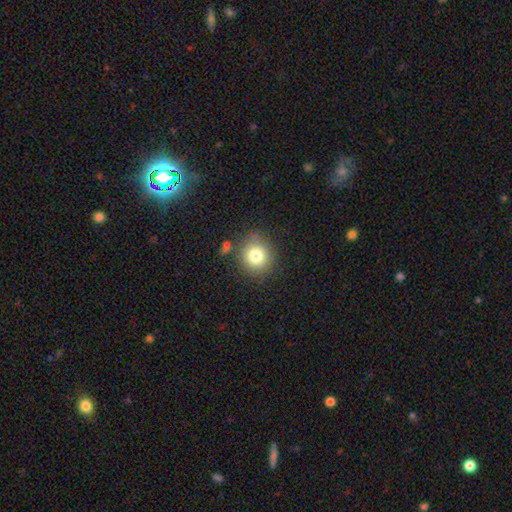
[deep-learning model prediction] Overall: smooth (79%). How rounded: round (88%). Merging: none (81%).